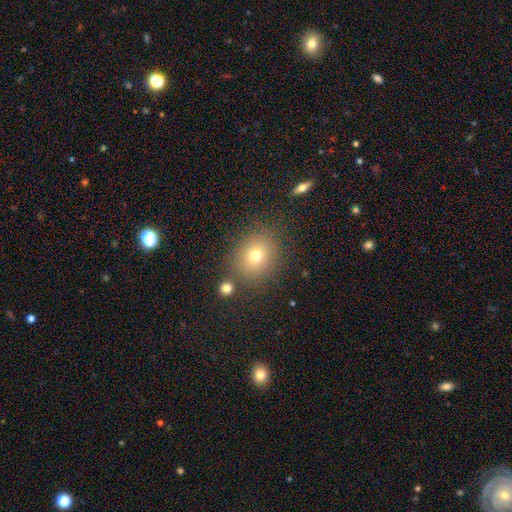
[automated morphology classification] Smooth or featured: smooth — 73% (star or artifact — 15%)
How rounded: round — 66% (in between — 33%)
Merging: none — 81% (minor disturbance — 10%)